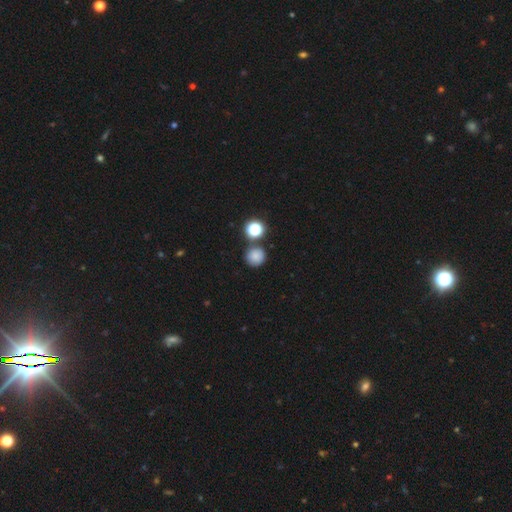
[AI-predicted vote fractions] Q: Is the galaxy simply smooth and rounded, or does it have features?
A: smooth — 80%.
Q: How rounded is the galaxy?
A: round — 92%.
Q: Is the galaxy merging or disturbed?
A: none — 75%.